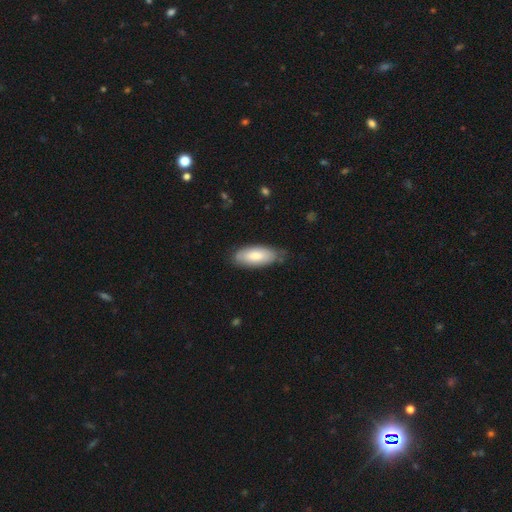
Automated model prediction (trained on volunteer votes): Smooth or featured? smooth (79%)
How rounded? in between (85%)
Merging? none (75%)